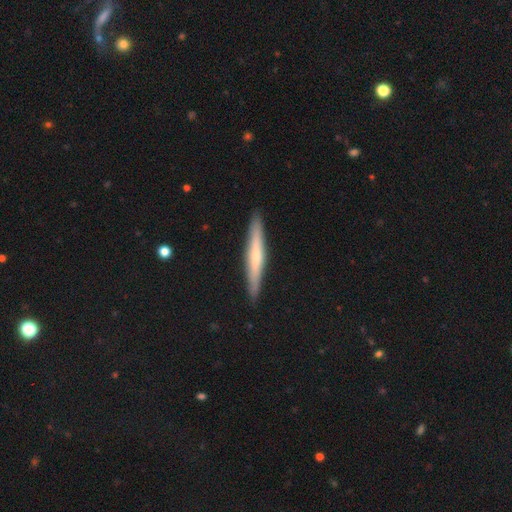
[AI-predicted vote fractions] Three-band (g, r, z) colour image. It shows a smooth galaxy with no disk features (49%). Merging: none (91%).